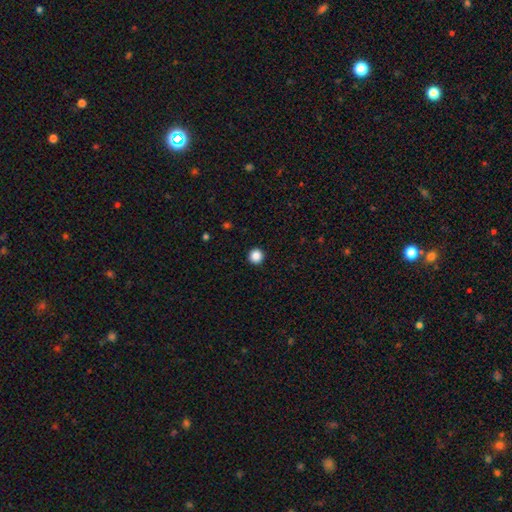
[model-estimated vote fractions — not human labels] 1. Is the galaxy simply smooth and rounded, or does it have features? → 87% smooth, 10% star or artifact, 3% featured or disk.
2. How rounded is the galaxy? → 96% round, 3% in between, 1% cigar-shaped.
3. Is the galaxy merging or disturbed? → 94% none, 4% minor disturbance, 1% major disturbance, 1% merger.